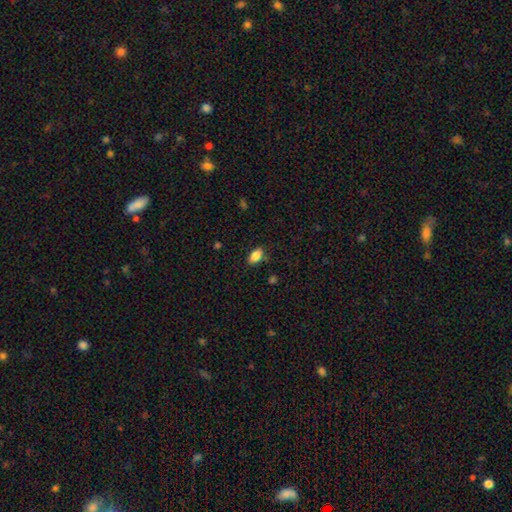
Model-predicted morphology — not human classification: The model was most divided on "merging": none: 83%, minor disturbance: 13%, major disturbance: 3%, merger: 2%. More confident: how rounded — in between (91%); smooth or featured — smooth (86%).